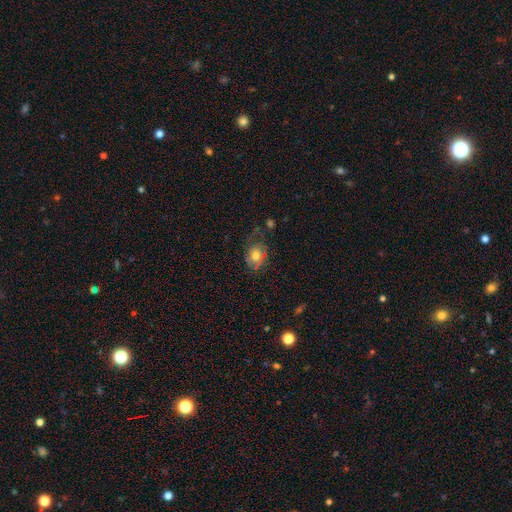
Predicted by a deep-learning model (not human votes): Overall: smooth (48%; featured or disk 36%). Merging: none (53%; minor disturbance 25%).